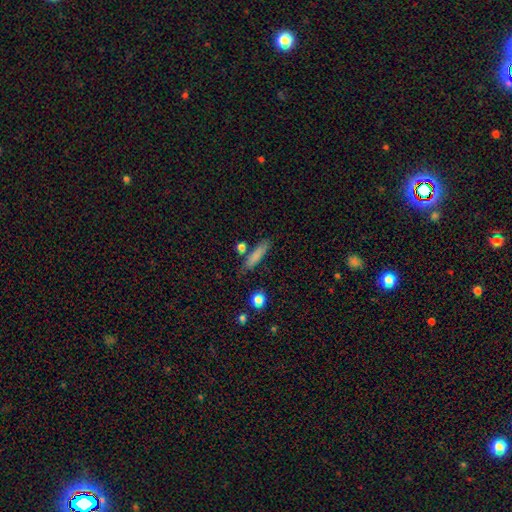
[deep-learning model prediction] A smooth galaxy with no disk features (80%) that is cigar-shaped (77%). Merging: none (76%).